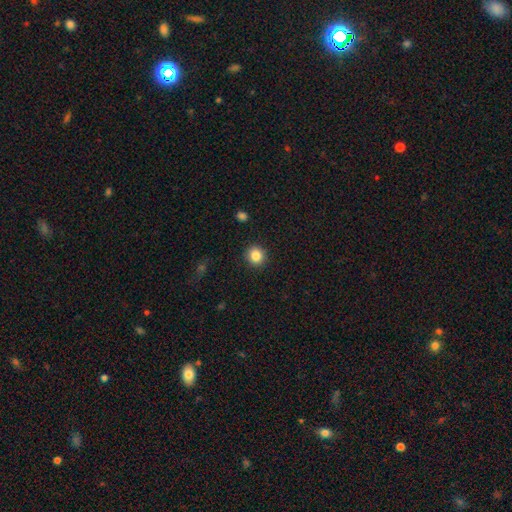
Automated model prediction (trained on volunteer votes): A smooth galaxy with no disk features (85%) that is round (89%). Merging: none (91%).